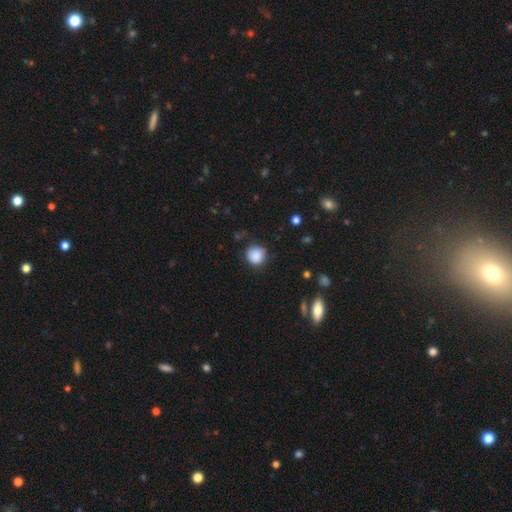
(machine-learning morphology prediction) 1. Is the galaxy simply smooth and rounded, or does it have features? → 87% smooth, 9% star or artifact, 4% featured or disk.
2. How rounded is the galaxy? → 88% round, 11% in between, 1% cigar-shaped.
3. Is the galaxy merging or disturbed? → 75% none, 19% minor disturbance, 5% major disturbance, 2% merger.